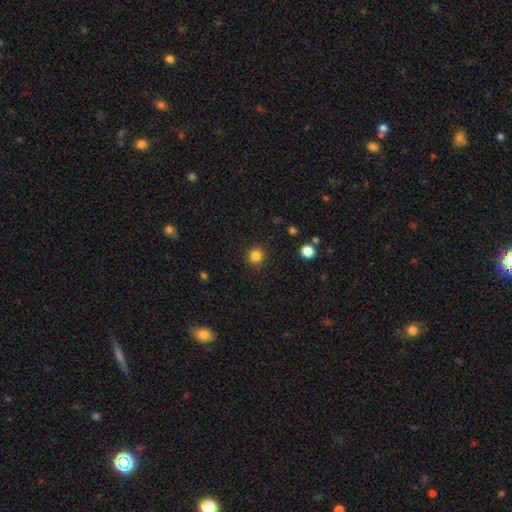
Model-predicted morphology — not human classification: Overall: smooth (84%). How rounded: round (94%). Merging: none (92%).